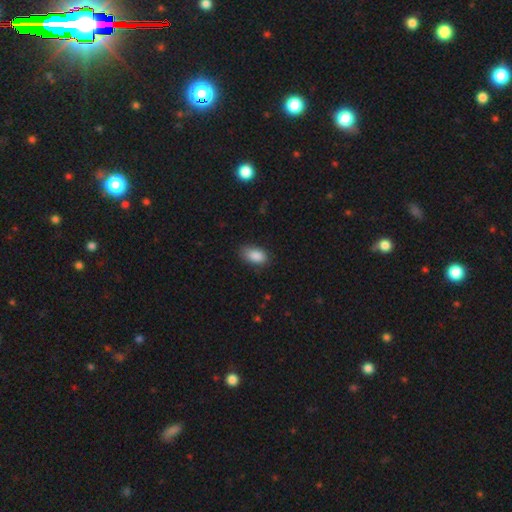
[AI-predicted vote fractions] Smooth or featured?
  - smooth: 88% *
  - star or artifact: 8%
  - featured or disk: 4%
How rounded?
  - in between: 92% *
  - round: 6%
  - cigar-shaped: 2%
Merging?
  - none: 78% *
  - minor disturbance: 18%
  - major disturbance: 3%
  - merger: 1%